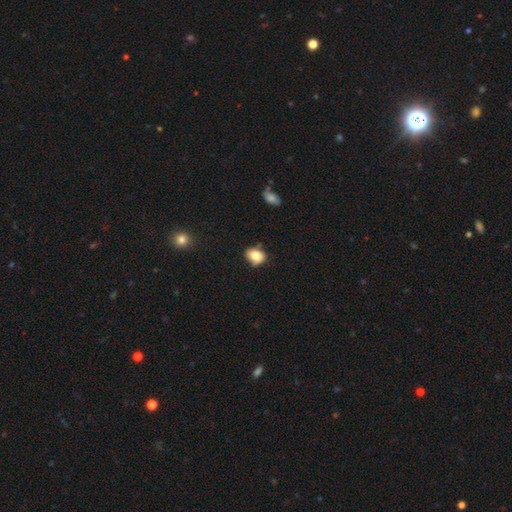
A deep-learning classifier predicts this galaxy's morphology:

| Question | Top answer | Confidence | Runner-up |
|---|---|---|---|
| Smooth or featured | smooth | 80% | featured or disk (11%) |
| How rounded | in between | 54% | round (45%) |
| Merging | none | 65% | minor disturbance (26%) |